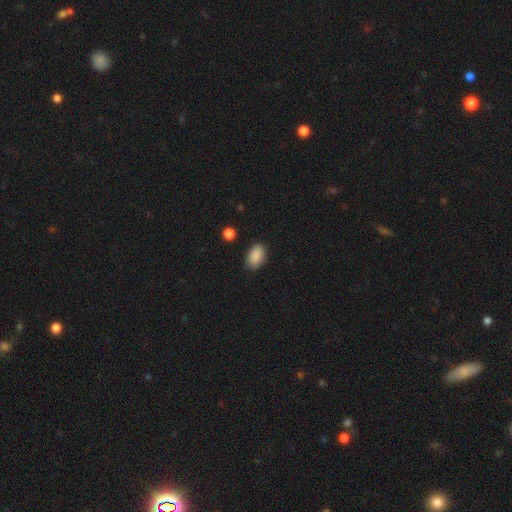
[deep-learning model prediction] Morphology: type=smooth (89%); roundness=in between (91%); merging=none (84%).